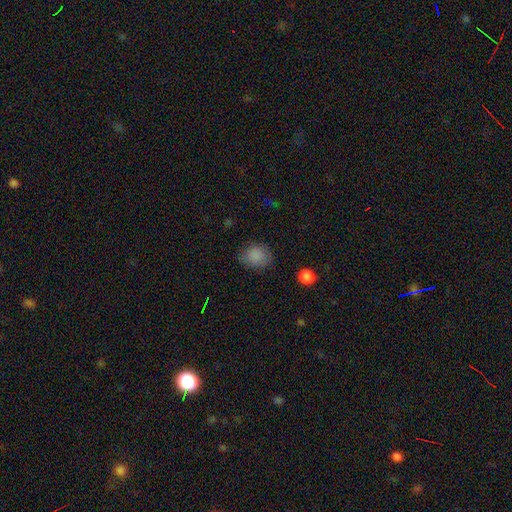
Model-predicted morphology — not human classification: Overall: smooth (85%). How rounded: round (54%; in between 45%). Merging: none (76%).